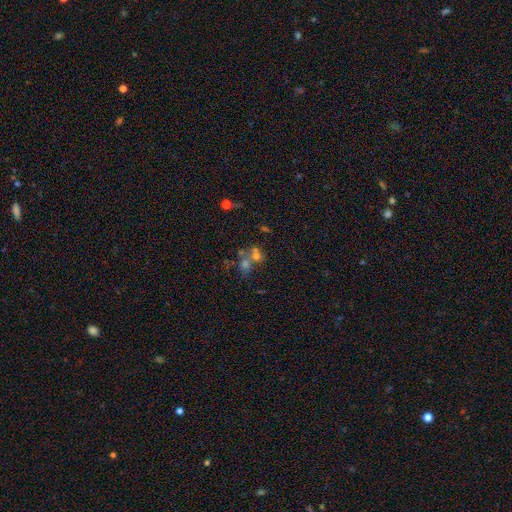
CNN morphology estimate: Smooth or featured?
  - smooth: 57% *
  - featured or disk: 23%
  - star or artifact: 20%
How rounded?
  - round: 75% *
  - in between: 24%
  - cigar-shaped: 1%
Merging?
  - merger: 53% *
  - none: 34%
  - minor disturbance: 7%
  - major disturbance: 6%